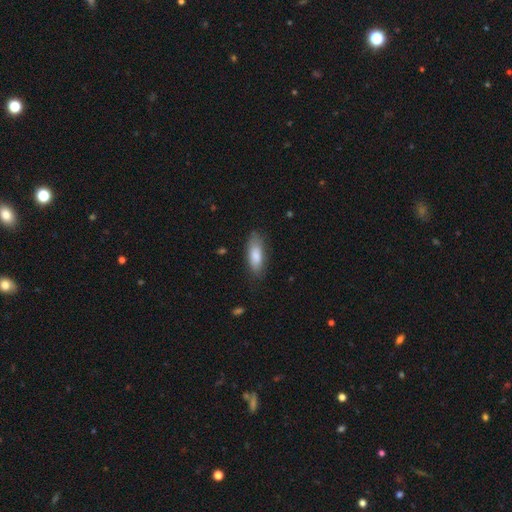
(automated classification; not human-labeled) This appears to be a smooth galaxy with no disk features (82%) that is in between round and cigar-shaped (69%). Merging: none (75%).